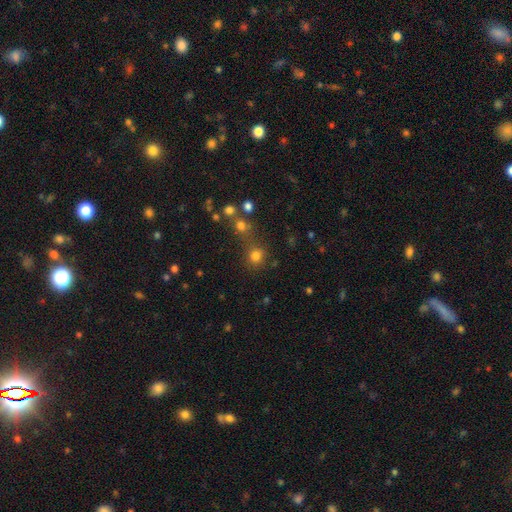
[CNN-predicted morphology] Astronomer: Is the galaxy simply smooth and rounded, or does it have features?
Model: smooth — 75%.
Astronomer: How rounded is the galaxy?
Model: round — 89%.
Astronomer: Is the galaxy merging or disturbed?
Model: none — 69%.